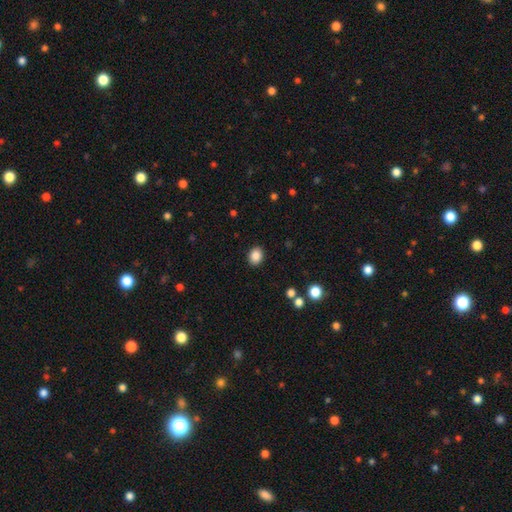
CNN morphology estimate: smooth-or-featured: smooth: 88% | star or artifact: 9% | featured or disk: 3%
  how-rounded: in between: 54% | round: 45% | cigar-shaped: 1%
  merging: none: 90% | minor disturbance: 7% | major disturbance: 2% | merger: 1%